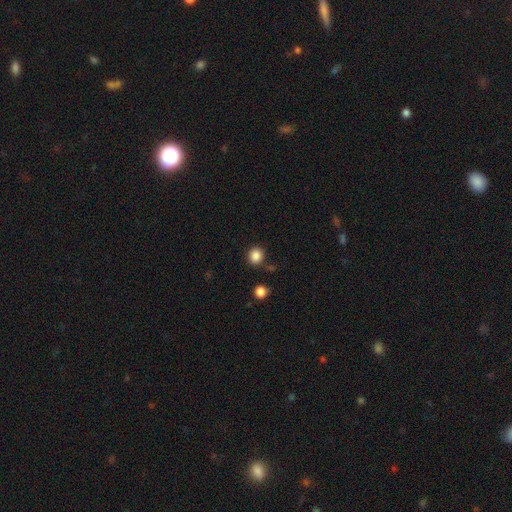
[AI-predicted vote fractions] Smooth or featured? smooth (86%)
How rounded? round (86%)
Merging? none (84%)